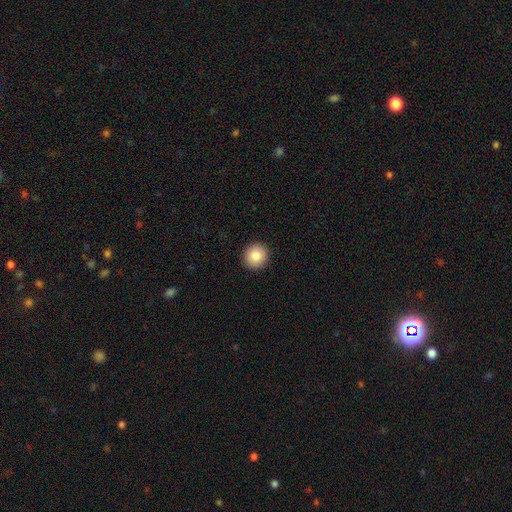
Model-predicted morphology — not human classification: Overall: smooth (86%). How rounded: round (93%). Merging: none (93%).